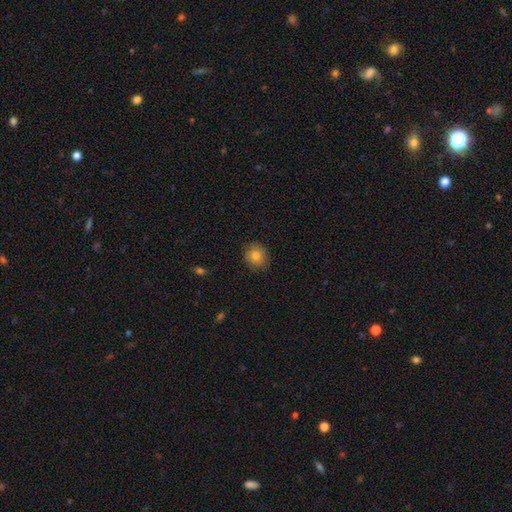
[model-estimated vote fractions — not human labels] smooth_or_featured: smooth (p=0.79) [alt: featured or disk p=0.11]
how_rounded: round (p=0.82) [alt: in between p=0.17]
merging: none (p=0.85) [alt: minor disturbance p=0.12]